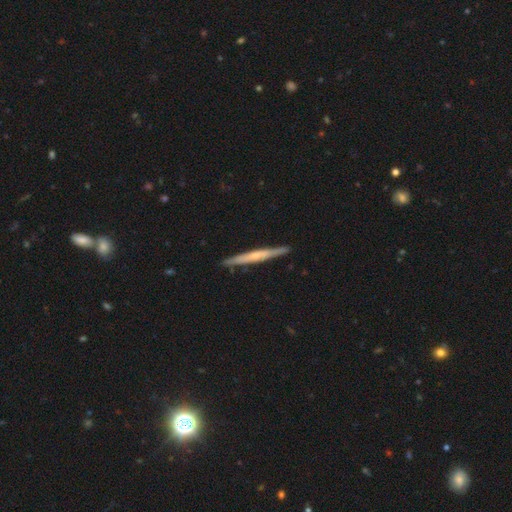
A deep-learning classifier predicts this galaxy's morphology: Smooth or featured?
  - featured or disk: 60% *
  - smooth: 35%
  - star or artifact: 5%
Edge-on disk?
  - yes: 97% *
  - no: 3%
Edge-on bulge?
  - none: 50% *
  - rounded: 43%
  - boxy: 7%
Merging?
  - none: 90% *
  - minor disturbance: 8%
  - major disturbance: 1%
  - merger: 1%